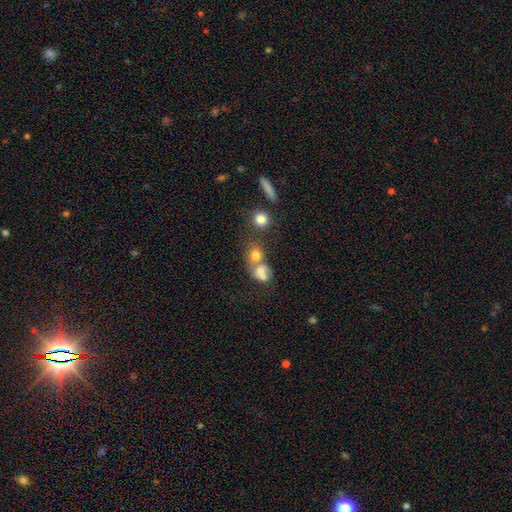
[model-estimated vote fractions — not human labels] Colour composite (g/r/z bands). It shows a smooth galaxy with no disk features (56%) that is round (66%). Merging: merger (49%).